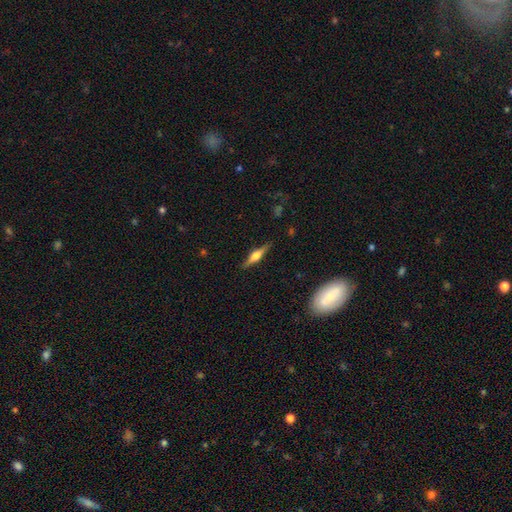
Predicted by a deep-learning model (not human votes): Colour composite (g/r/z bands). It shows a featured or disk galaxy (69%) viewed edge-on (97%) with a rounded central bulge (87%). Merging: none (88%).